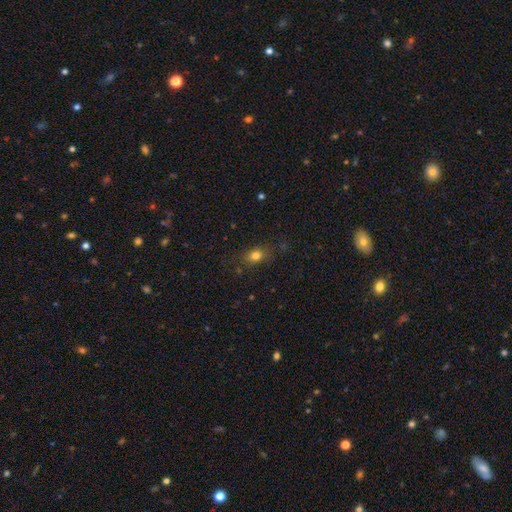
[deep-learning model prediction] smooth-or-featured: smooth: 77% | star or artifact: 13% | featured or disk: 9%
  how-rounded: in between: 60% | round: 37% | cigar-shaped: 4%
  merging: none: 78% | minor disturbance: 15% | major disturbance: 5% | merger: 2%